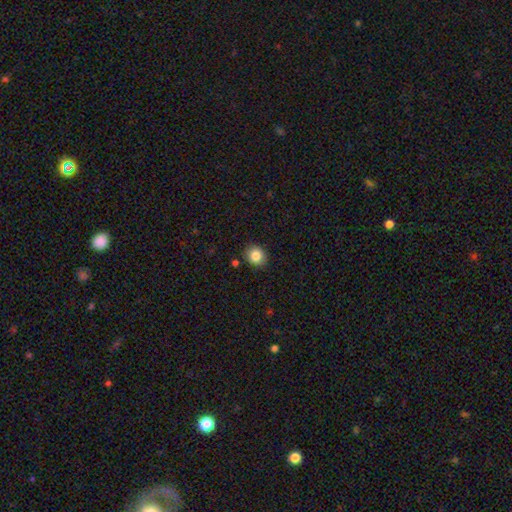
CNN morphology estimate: Smooth or featured? smooth (84%)
How rounded? round (79%)
Merging? none (88%)